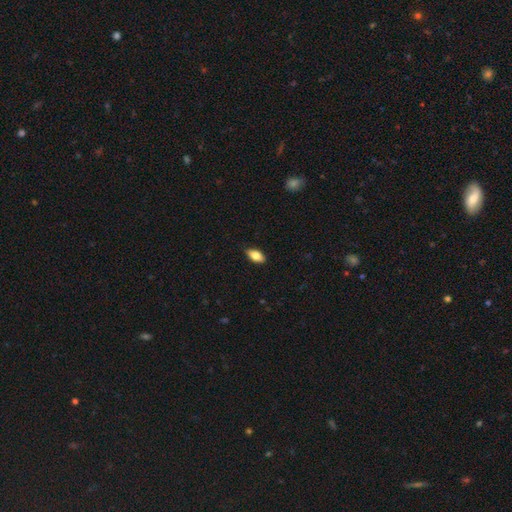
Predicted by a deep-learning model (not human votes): This appears to be a smooth galaxy with no disk features (79%) that is in between round and cigar-shaped (89%). Merging: none (88%).